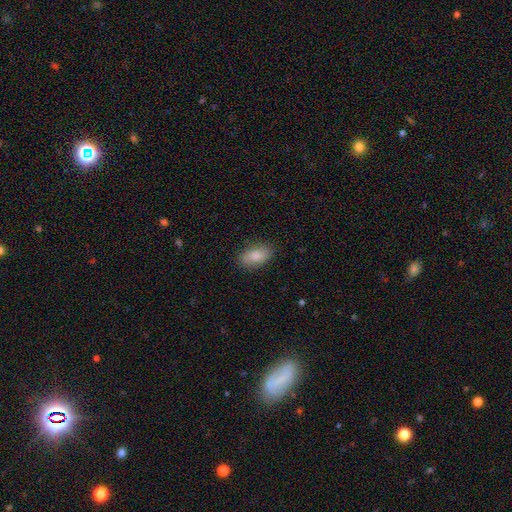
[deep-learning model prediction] A smooth galaxy with no disk features (83%) that is in between round and cigar-shaped (91%). Merging: none (85%).